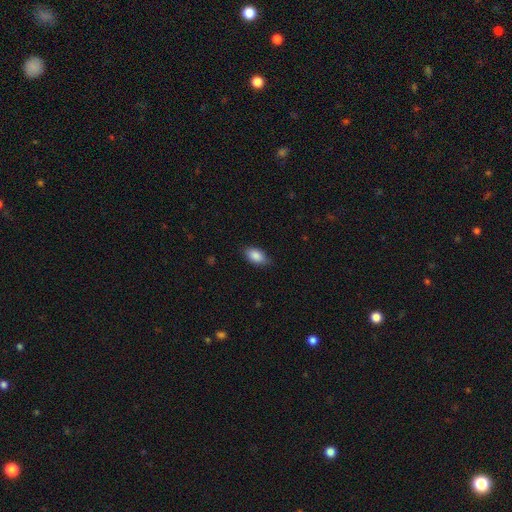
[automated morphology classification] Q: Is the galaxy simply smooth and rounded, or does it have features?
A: smooth — 88%.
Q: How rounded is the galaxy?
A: in between — 92%.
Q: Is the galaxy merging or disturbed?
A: none — 81%.